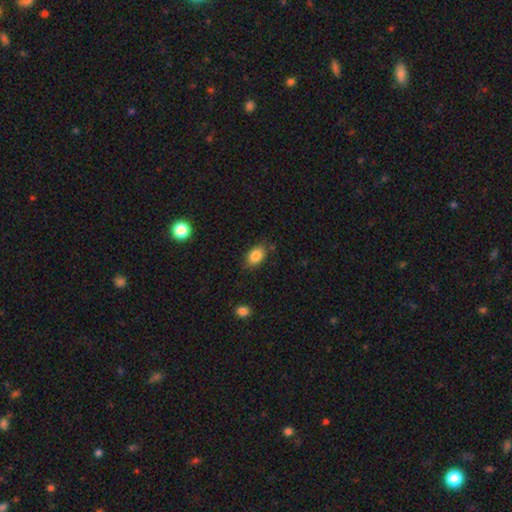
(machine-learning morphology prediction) This appears to be a smooth galaxy with no disk features (84%) that is in between round and cigar-shaped (83%). Merging: none (79%).